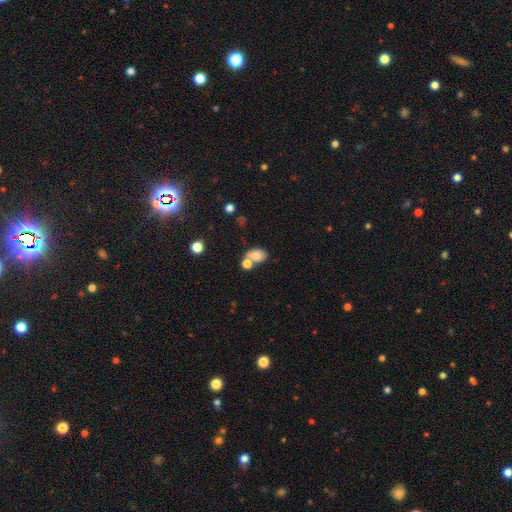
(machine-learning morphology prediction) Smooth or featured? Predicted: smooth (p=0.77). How rounded? Predicted: in between (p=0.78). Merging? Predicted: merger (p=0.40).